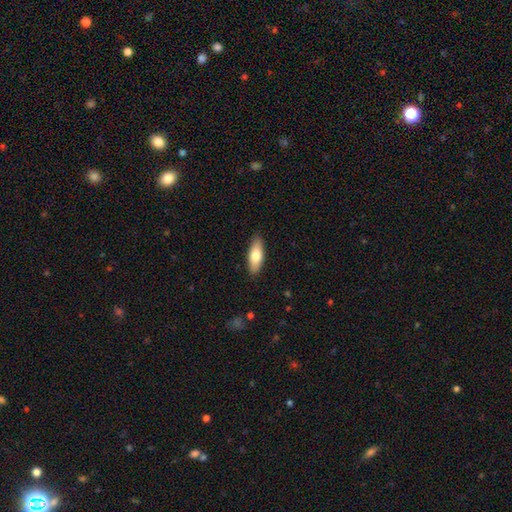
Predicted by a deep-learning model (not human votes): A smooth galaxy with no disk features (74%) that is in between round and cigar-shaped (67%).

Vote fractions:
- Smooth or featured? smooth: 74% / featured or disk: 20% / star or artifact: 6%
- How rounded? in between: 67% / cigar-shaped: 31% / round: 2%
- Merging? none: 88% / minor disturbance: 9% / major disturbance: 2% / merger: 1%